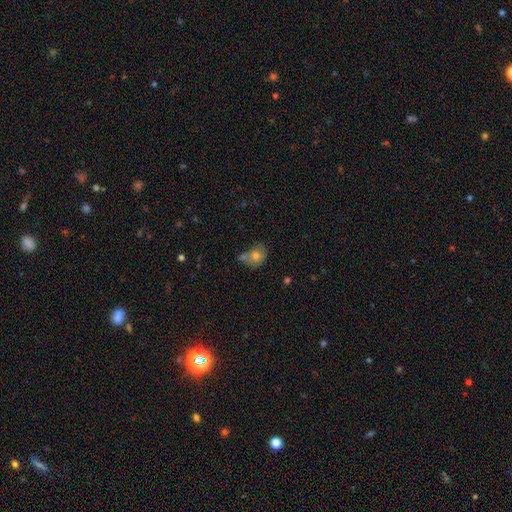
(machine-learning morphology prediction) Smooth or featured? smooth (73%)
How rounded? round (56%)
Merging? none (42%)